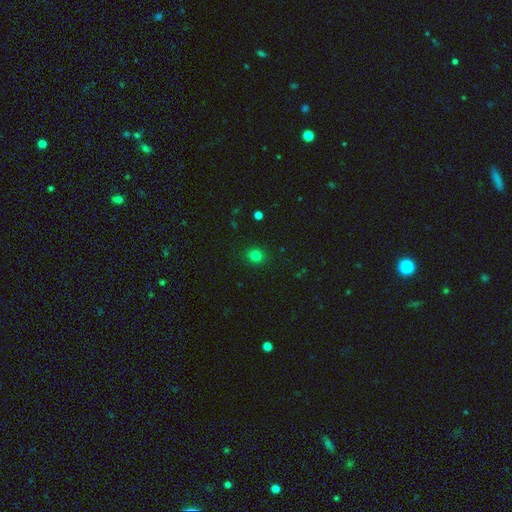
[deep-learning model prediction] The model was most divided on "smooth or featured": smooth: 81%, star or artifact: 14%, featured or disk: 5%. More confident: merging — none (91%); how rounded — round (85%).